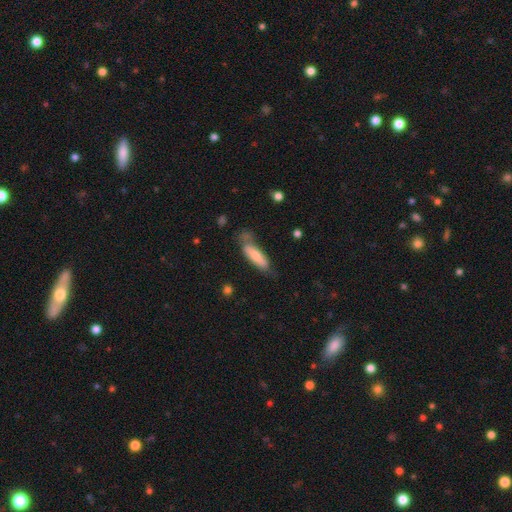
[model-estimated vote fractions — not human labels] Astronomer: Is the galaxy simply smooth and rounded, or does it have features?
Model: smooth — 67%.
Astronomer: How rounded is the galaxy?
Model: cigar-shaped — 62%.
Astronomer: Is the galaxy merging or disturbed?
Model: none — 54%.